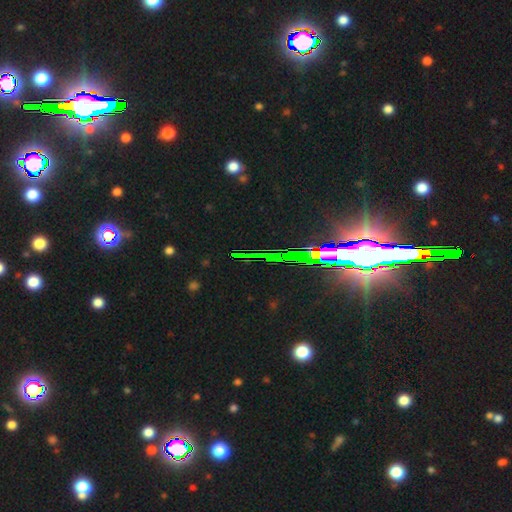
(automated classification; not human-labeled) Overall: star or artifact (78%).